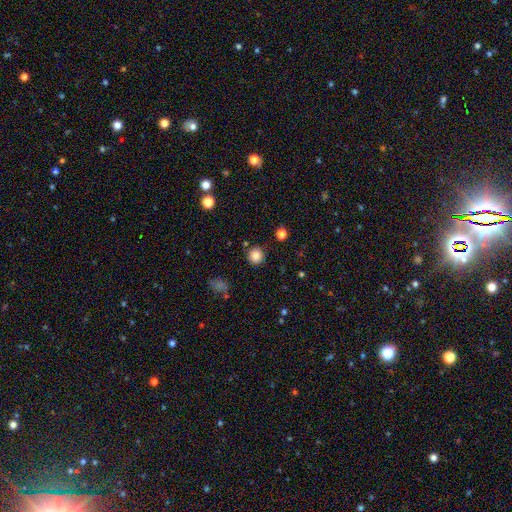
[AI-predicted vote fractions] Overall: smooth (84%). How rounded: round (93%). Merging: none (88%).